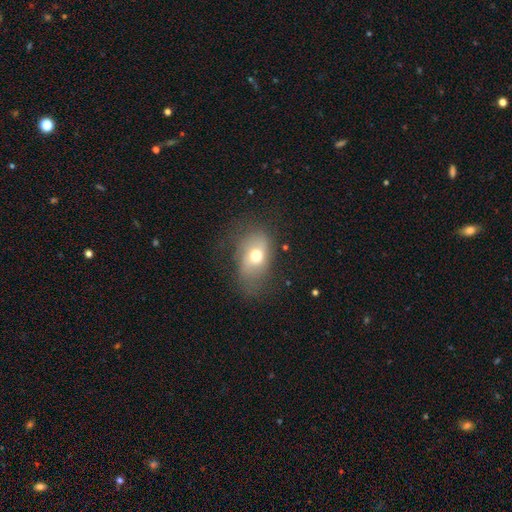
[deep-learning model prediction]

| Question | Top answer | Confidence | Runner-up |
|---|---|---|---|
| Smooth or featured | smooth | 63% | featured or disk (27%) |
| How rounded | in between | 79% | round (19%) |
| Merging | none | 54% | minor disturbance (27%) |